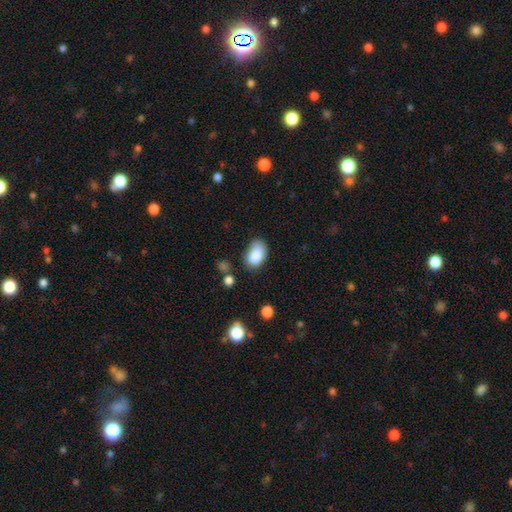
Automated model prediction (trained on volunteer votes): Smooth or featured? smooth (83%)
How rounded? in between (88%)
Merging? none (60%)